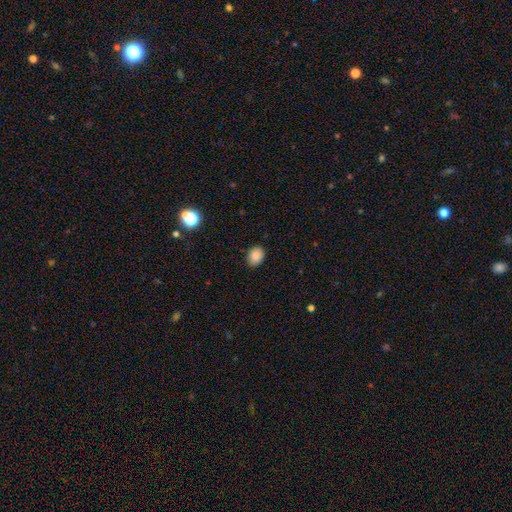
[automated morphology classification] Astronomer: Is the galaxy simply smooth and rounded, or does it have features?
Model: smooth — 85%.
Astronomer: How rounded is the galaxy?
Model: in between — 64%.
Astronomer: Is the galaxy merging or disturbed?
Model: none — 87%.